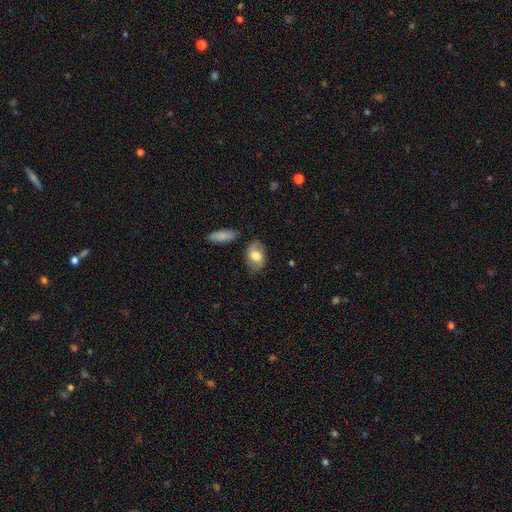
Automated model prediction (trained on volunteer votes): Smooth or featured? Predicted: smooth (p=0.67). How rounded? Predicted: in between (p=0.86). Merging? Predicted: none (p=0.73).